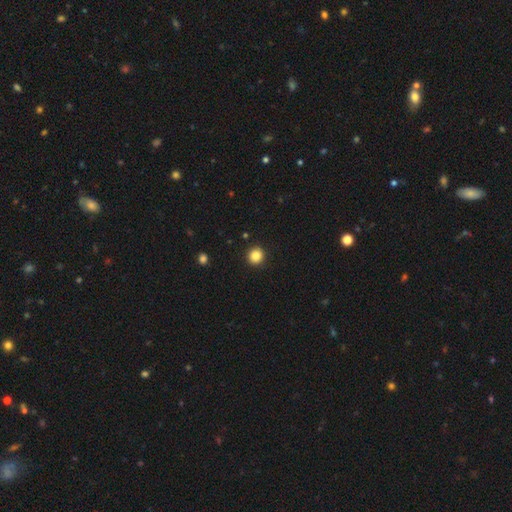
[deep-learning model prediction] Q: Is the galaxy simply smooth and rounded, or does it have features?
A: smooth — 85%.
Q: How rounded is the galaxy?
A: round — 92%.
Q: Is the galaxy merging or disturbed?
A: none — 92%.